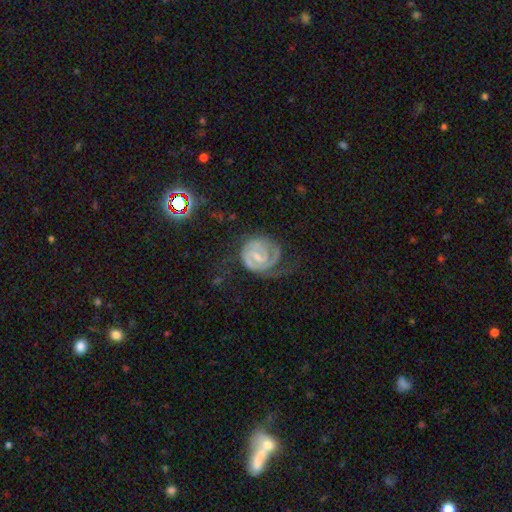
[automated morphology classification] Smooth or featured: featured or disk — 83% (smooth — 12%)
Edge-on disk: no — 98% (yes — 2%)
Bar: weak — 55% (no — 27%)
Spiral arms: yes — 94% (no — 6%)
Spiral winding: tight — 59% (medium — 32%)
Spiral arm count: 2 — 54% (1 — 17%)
Bulge size: small — 59% (moderate — 26%)
Merging: none — 49% (major disturbance — 26%)